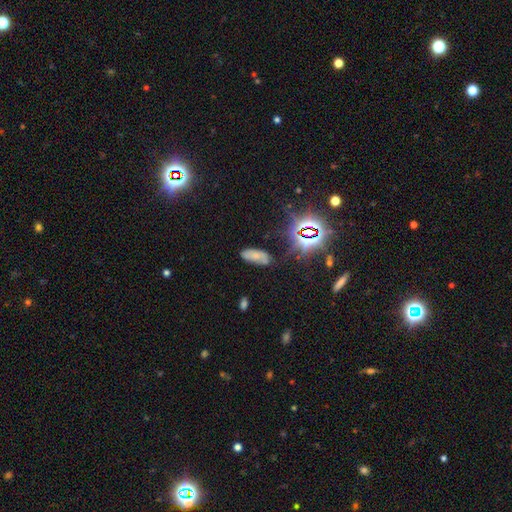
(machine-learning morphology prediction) Smooth or featured? smooth (51%)
How rounded? in between (86%)
Merging? none (64%)